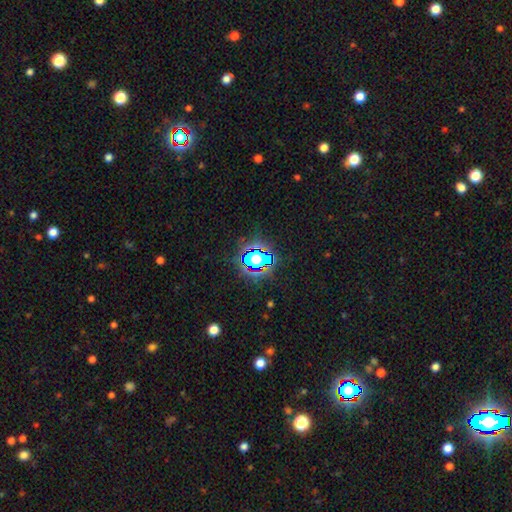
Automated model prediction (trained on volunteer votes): smooth_or_featured: star or artifact (p=0.56) [alt: smooth p=0.31]